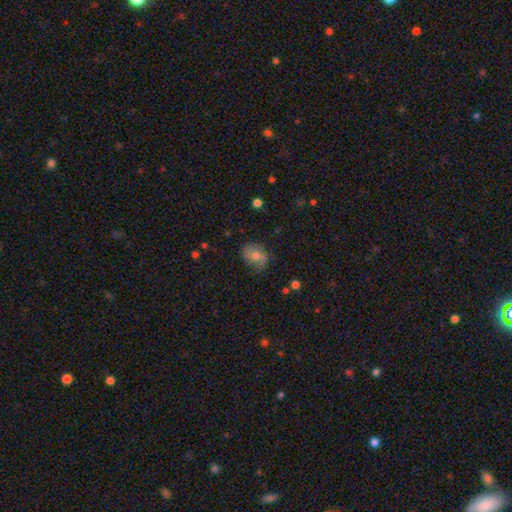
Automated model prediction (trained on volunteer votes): smooth 64%, featured or disk 25%, star or artifact 11%. Down the decision tree: how rounded — in between (57%); merging — none (73%).